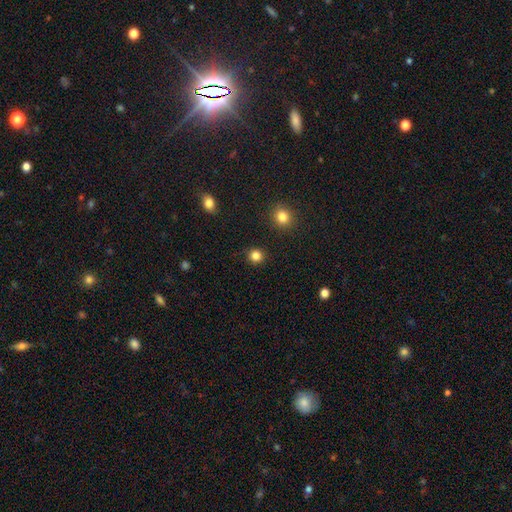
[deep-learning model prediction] Smooth or featured: smooth — 84% (star or artifact — 13%)
How rounded: round — 92% (in between — 7%)
Merging: none — 91% (minor disturbance — 6%)